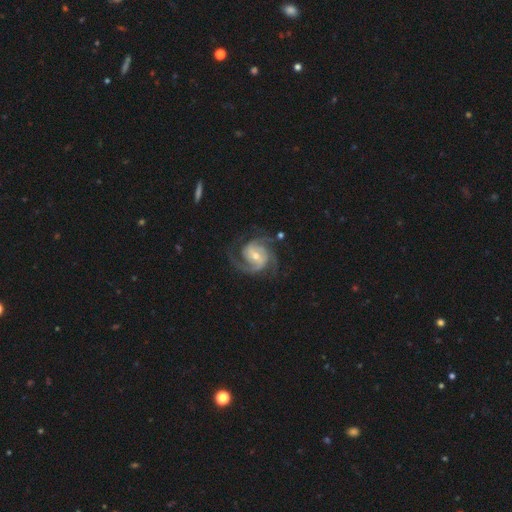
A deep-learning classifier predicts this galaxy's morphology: The model was most divided on "spiral winding": medium: 47%, tight: 42%, loose: 10%. Remaining: spiral arms — yes (98%); edge-on disk — no (98%); smooth or featured — featured or disk (91%); merging — none (72%); bulge size — moderate (52%); bar — weak (47%); spiral arm count — 3 (41%).